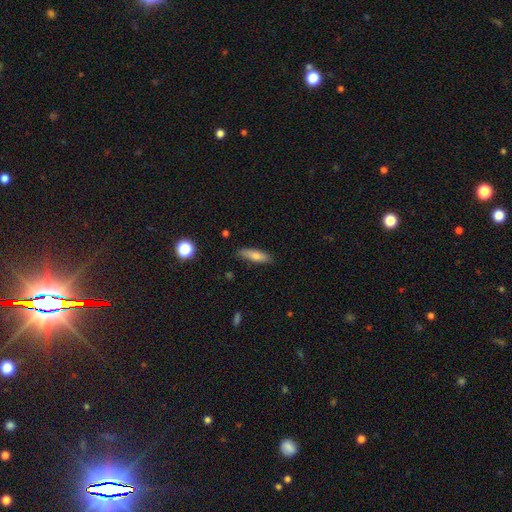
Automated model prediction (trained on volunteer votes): Q: Smooth or featured?
A: smooth (71%); runner-up: featured or disk (22%)
Q: How rounded?
A: cigar-shaped (60%); runner-up: in between (38%)
Q: Merging?
A: none (85%); runner-up: minor disturbance (12%)